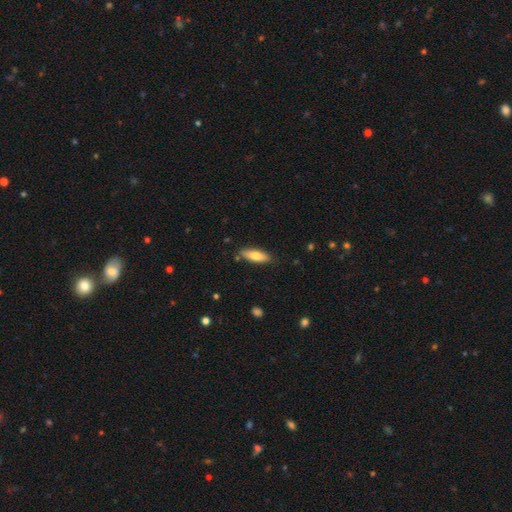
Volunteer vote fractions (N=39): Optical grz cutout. It shows a smooth galaxy with no disk features (72%) that is in between round and cigar-shaped (79%). Merging: none (72%).